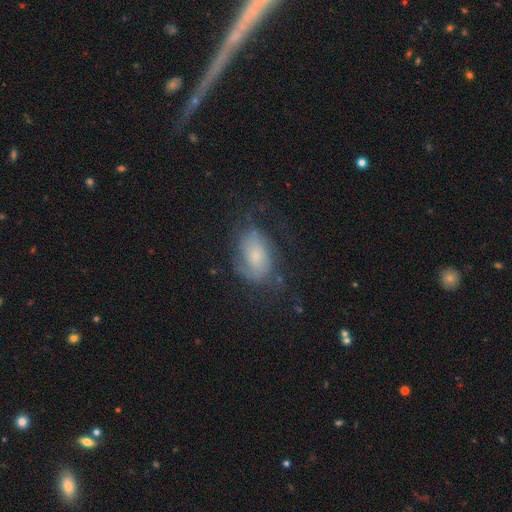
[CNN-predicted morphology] Overall: featured or disk (50%; smooth 40%). Merging: none (54%; minor disturbance 24%).